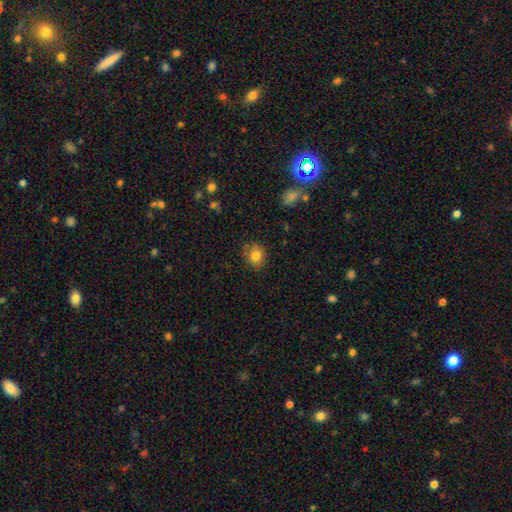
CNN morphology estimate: Overall: smooth (81%). How rounded: round (65%; in between 34%). Merging: none (77%).